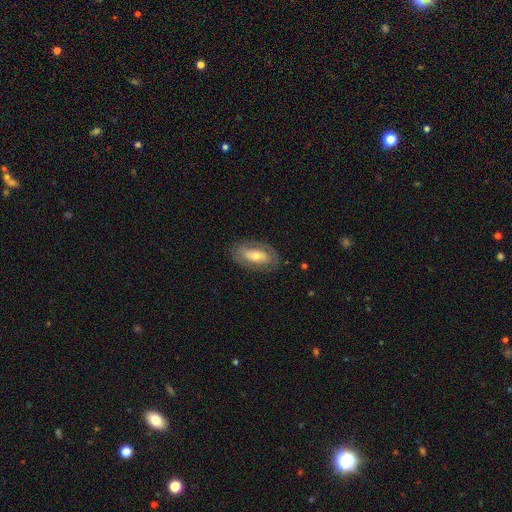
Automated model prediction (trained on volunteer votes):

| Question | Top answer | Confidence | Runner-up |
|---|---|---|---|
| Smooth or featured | featured or disk | 58% | smooth (35%) |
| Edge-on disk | no | 90% | yes (10%) |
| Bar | no | 47% | weak (31%) |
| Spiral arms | yes | 60% | no (40%) |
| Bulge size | moderate | 54% | small (38%) |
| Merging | none | 80% | minor disturbance (14%) |